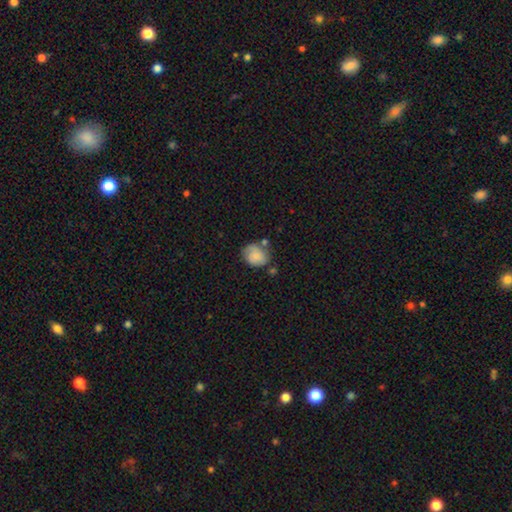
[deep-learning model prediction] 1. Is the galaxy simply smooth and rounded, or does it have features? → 72% smooth, 20% featured or disk, 8% star or artifact.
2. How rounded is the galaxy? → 55% round, 44% in between, 1% cigar-shaped.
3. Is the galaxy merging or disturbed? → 54% none, 27% minor disturbance, 11% merger, 8% major disturbance.